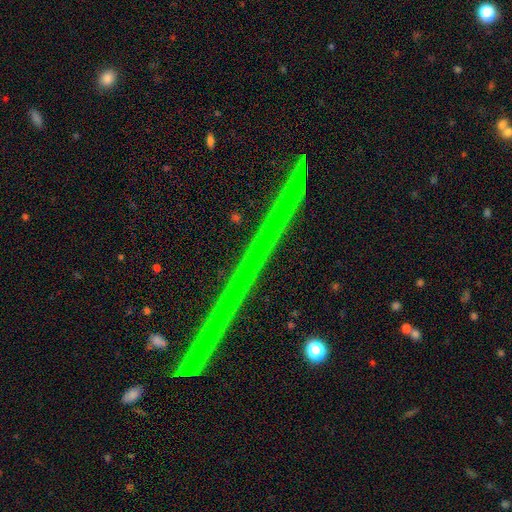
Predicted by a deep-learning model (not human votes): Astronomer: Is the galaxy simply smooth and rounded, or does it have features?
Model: star or artifact — 62%.